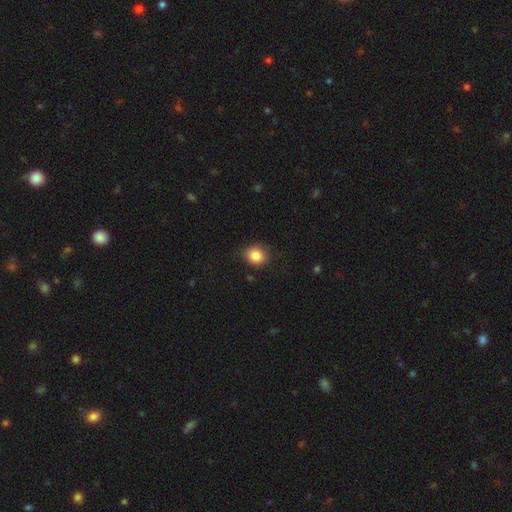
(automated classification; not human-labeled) Morphology: type=smooth (85%); roundness=round (71%); merging=none (85%).